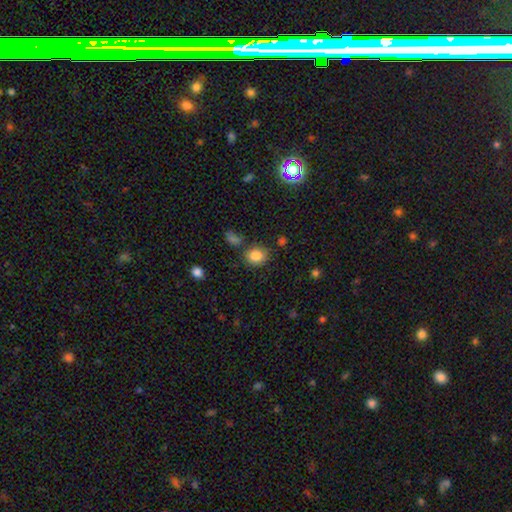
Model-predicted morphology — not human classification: Overall: smooth (83%). How rounded: round (67%; in between 32%). Merging: none (79%).